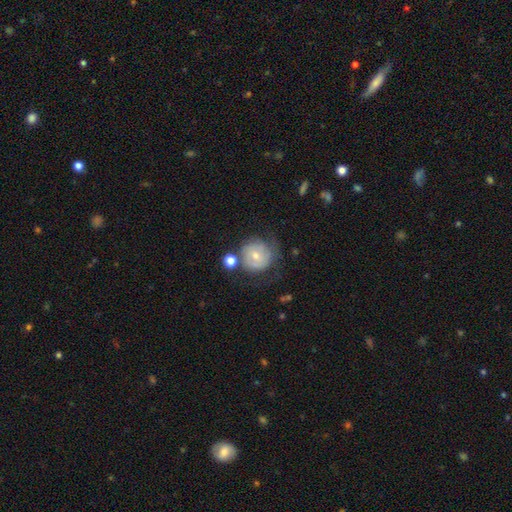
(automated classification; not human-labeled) smooth 52%, featured or disk 39%, star or artifact 9%. Down the decision tree: how rounded — round (90%); merging — none (52%).